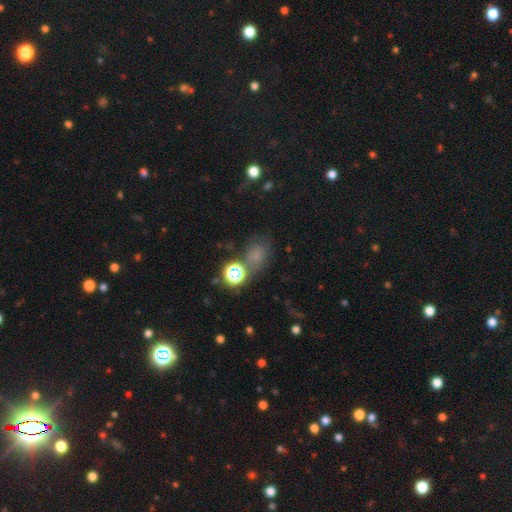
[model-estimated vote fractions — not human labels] smooth-or-featured: smooth: 60% | star or artifact: 29% | featured or disk: 10%
  how-rounded: round: 58% | in between: 40% | cigar-shaped: 2%
  merging: none: 60% | minor disturbance: 17% | merger: 14% | major disturbance: 9%